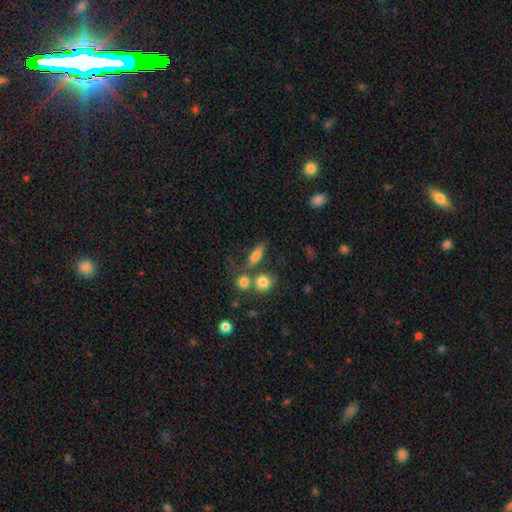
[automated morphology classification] Q: Smooth or featured?
A: smooth (72%); runner-up: featured or disk (17%)
Q: How rounded?
A: in between (44%); runner-up: cigar-shaped (40%)
Q: Merging?
A: none (58%); runner-up: merger (22%)